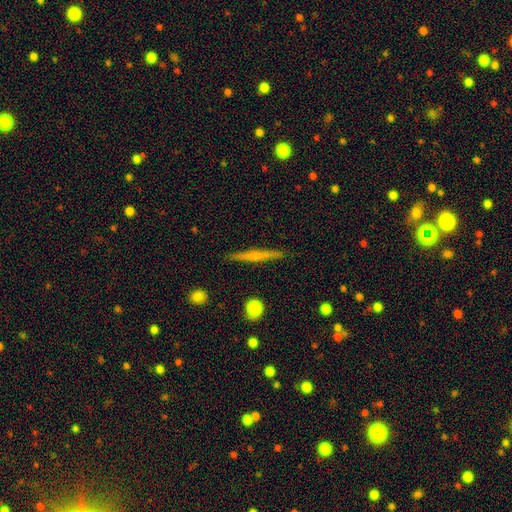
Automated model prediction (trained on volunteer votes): Smooth or featured? Predicted: featured or disk (p=0.53). Edge-on disk? Predicted: yes (p=0.97). Edge-on bulge? Predicted: rounded (p=0.47). Merging? Predicted: none (p=0.90).